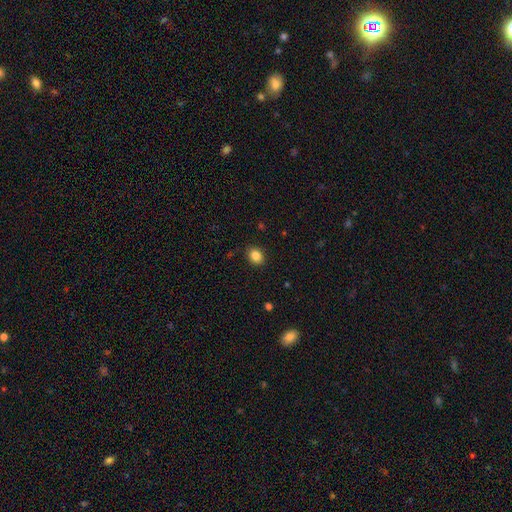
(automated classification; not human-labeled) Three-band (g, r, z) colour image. It shows a smooth galaxy with no disk features (85%) that is round (52%). Merging: none (89%).